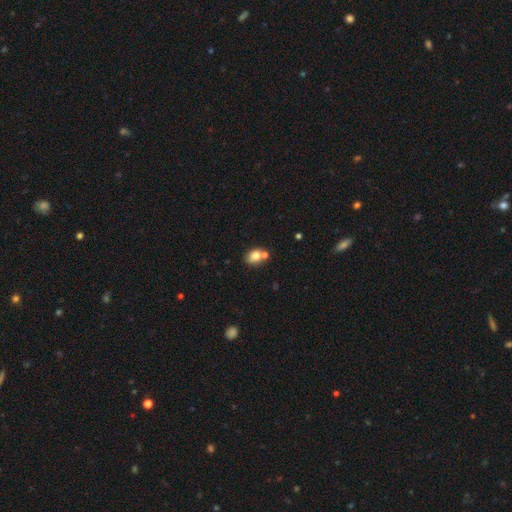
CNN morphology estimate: Smooth or featured?
  - smooth: 78% *
  - featured or disk: 11%
  - star or artifact: 10%
How rounded?
  - in between: 63% *
  - round: 36%
  - cigar-shaped: 1%
Merging?
  - none: 53% *
  - merger: 30%
  - minor disturbance: 12%
  - major disturbance: 4%